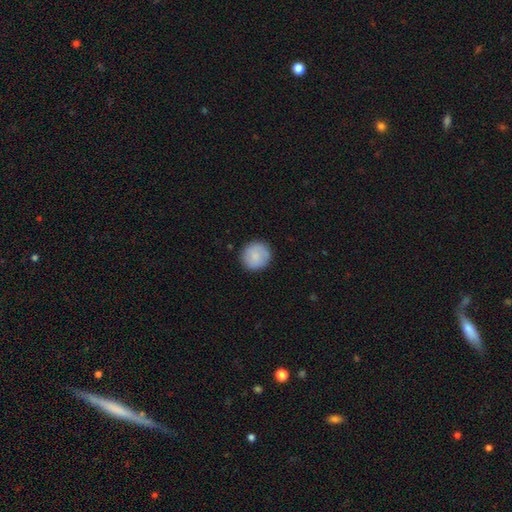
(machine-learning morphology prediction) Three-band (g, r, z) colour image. It shows a smooth galaxy with no disk features (85%) that is round (93%). Merging: none (88%).